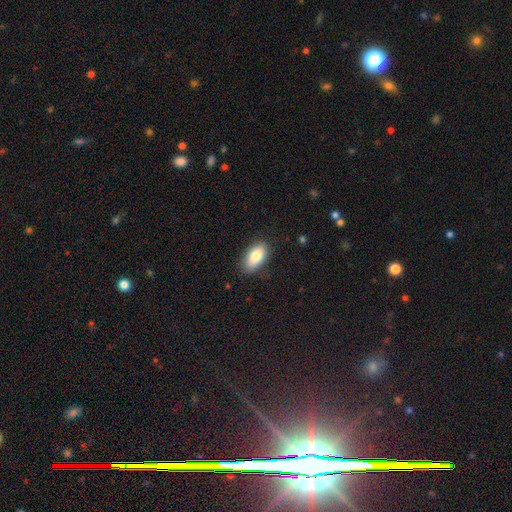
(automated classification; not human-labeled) Morphology: type=smooth (79%); roundness=in between (90%); merging=none (84%).